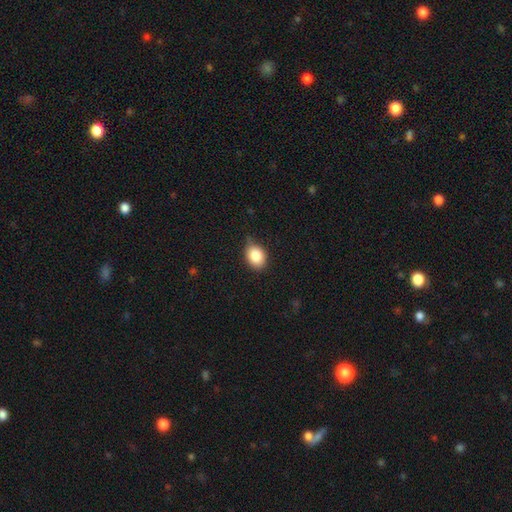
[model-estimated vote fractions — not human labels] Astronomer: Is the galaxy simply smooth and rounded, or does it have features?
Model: smooth — 84%.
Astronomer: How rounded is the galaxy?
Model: in between — 60% (runner-up: round, 39%).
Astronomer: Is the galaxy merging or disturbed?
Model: none — 71%.